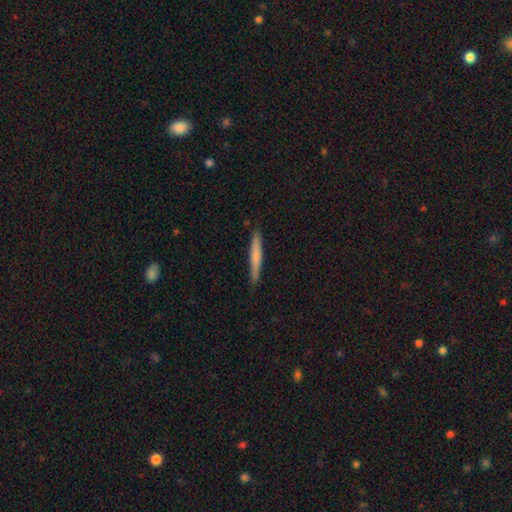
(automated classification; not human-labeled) Smooth or featured? Predicted: smooth (p=0.65). How rounded? Predicted: cigar-shaped (p=0.96). Merging? Predicted: none (p=0.88).